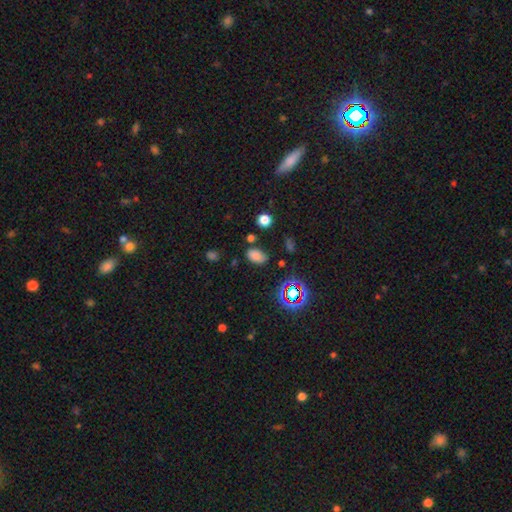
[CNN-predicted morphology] A smooth galaxy with no disk features (74%) that is in between round and cigar-shaped (89%). Merging: none (72%).